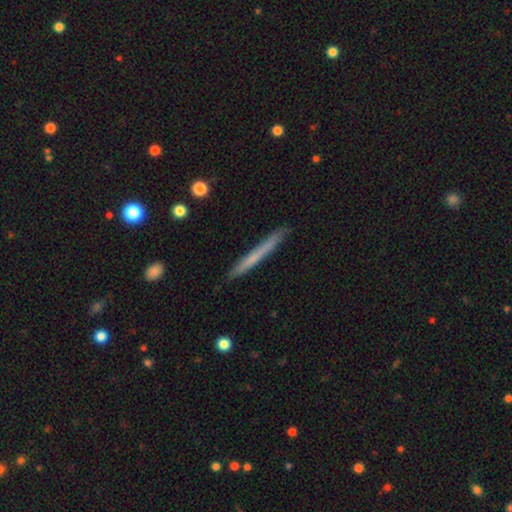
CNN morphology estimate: smooth-or-featured: smooth: 59% | featured or disk: 35% | star or artifact: 6%
  how-rounded: cigar-shaped: 97% | in between: 2% | round: 1%
  merging: none: 87% | minor disturbance: 10% | major disturbance: 2% | merger: 1%